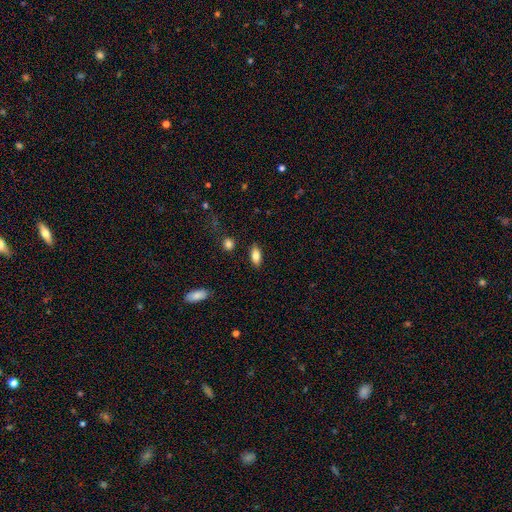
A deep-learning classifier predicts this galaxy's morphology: Q: Smooth or featured?
A: smooth (83%); runner-up: featured or disk (9%)
Q: How rounded?
A: in between (87%); runner-up: cigar-shaped (10%)
Q: Merging?
A: none (86%); runner-up: minor disturbance (9%)